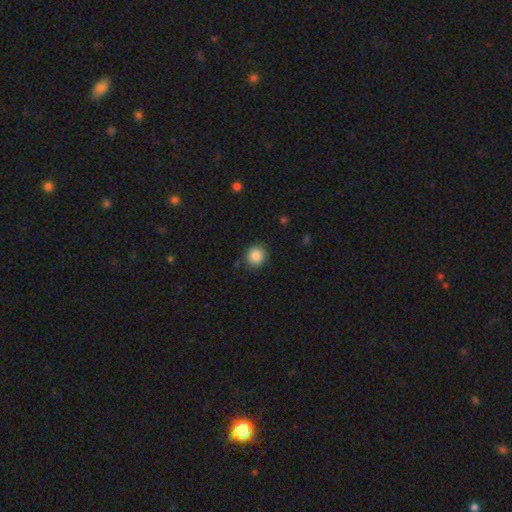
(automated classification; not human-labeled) This appears to be a smooth galaxy with no disk features (86%) that is round (89%). Merging: none (87%).